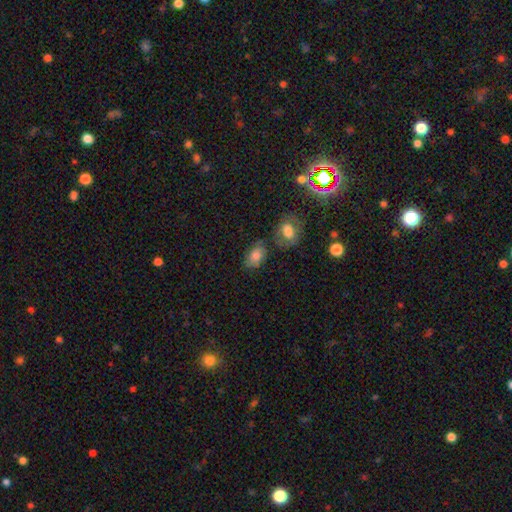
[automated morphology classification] A smooth galaxy with no disk features (77%) that is in between round and cigar-shaped (84%). Merging: none (59%).